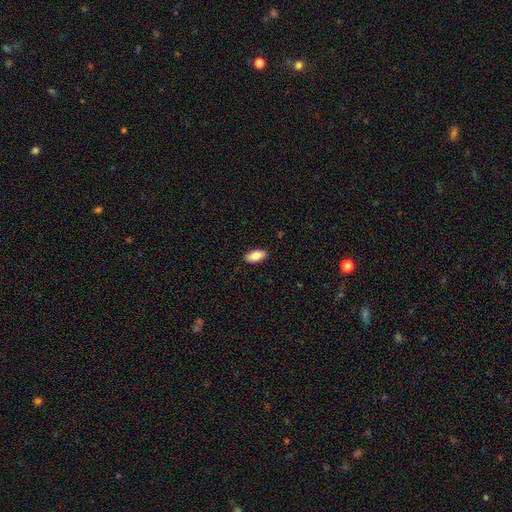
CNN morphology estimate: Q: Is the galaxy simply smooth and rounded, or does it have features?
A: smooth — 87%.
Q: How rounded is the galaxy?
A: in between — 92%.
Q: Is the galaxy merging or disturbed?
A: none — 89%.